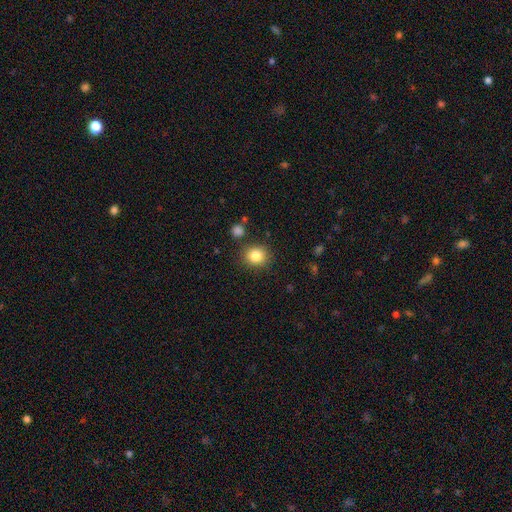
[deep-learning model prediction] A smooth galaxy with no disk features (84%) that is round (76%).

Vote fractions:
- Smooth or featured? smooth: 84% / star or artifact: 10% / featured or disk: 6%
- How rounded? round: 76% / in between: 23% / cigar-shaped: 1%
- Merging? none: 85% / minor disturbance: 9% / merger: 4% / major disturbance: 3%